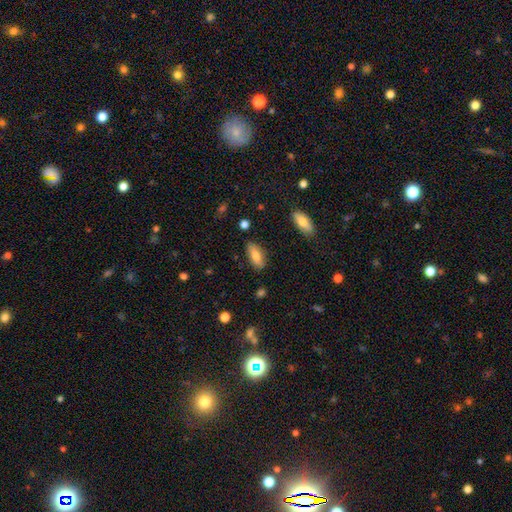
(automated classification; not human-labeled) Smooth or featured? smooth (78%)
How rounded? in between (83%)
Merging? none (82%)